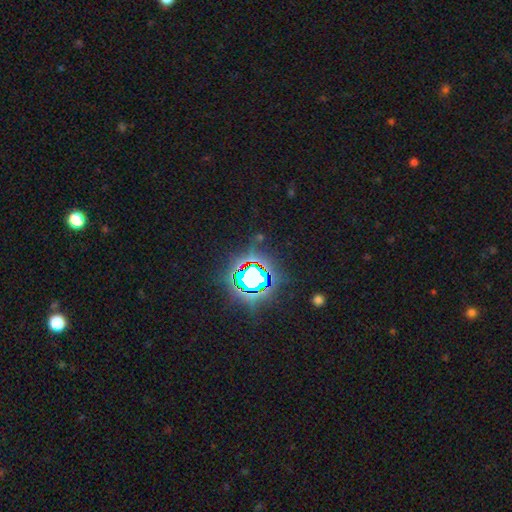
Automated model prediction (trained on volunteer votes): Smooth or featured? Predicted: star or artifact (p=0.81).